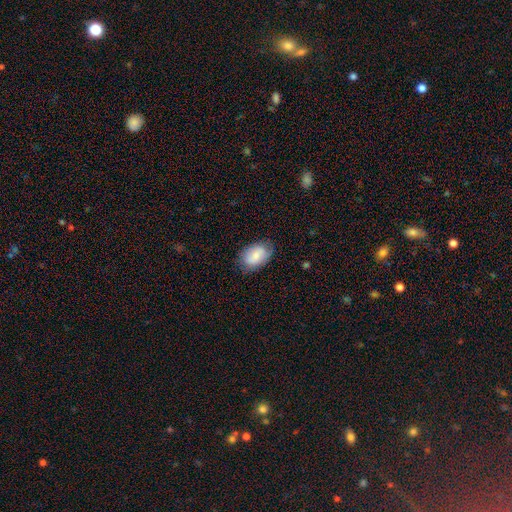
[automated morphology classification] This appears to be a smooth galaxy with no disk features (76%) that is in between round and cigar-shaped (88%). Merging: none (73%).